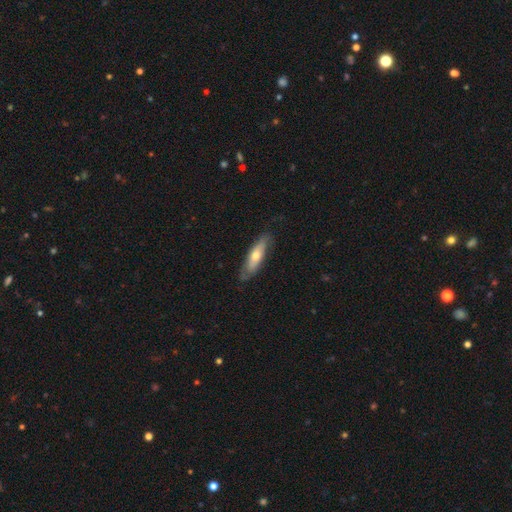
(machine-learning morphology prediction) Smooth or featured?
  - smooth: 55% *
  - featured or disk: 40%
  - star or artifact: 5%
How rounded?
  - cigar-shaped: 54% *
  - in between: 44%
  - round: 2%
Merging?
  - none: 75% *
  - minor disturbance: 20%
  - major disturbance: 4%
  - merger: 1%